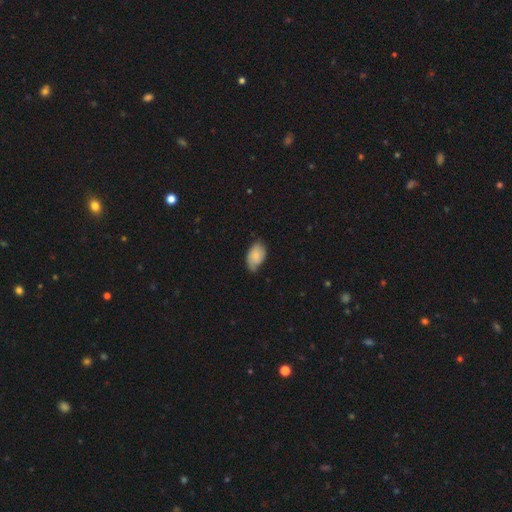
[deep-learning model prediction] The model was most divided on "merging": none: 55%, minor disturbance: 37%, major disturbance: 7%, merger: 2%. More confident: how rounded — in between (92%); smooth or featured — smooth (78%).